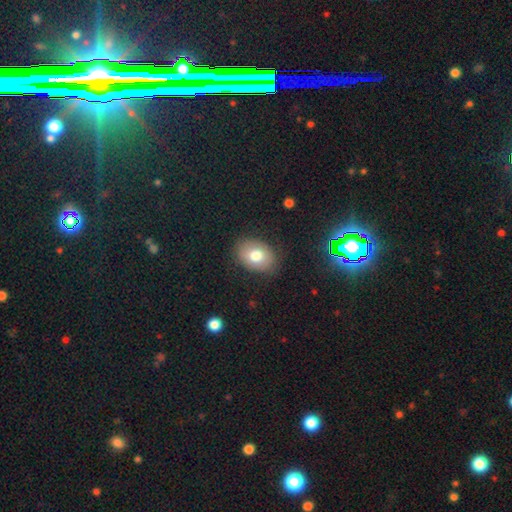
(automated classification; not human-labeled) Smooth or featured? Predicted: smooth (p=0.75). How rounded? Predicted: in between (p=0.67). Merging? Predicted: none (p=0.83).